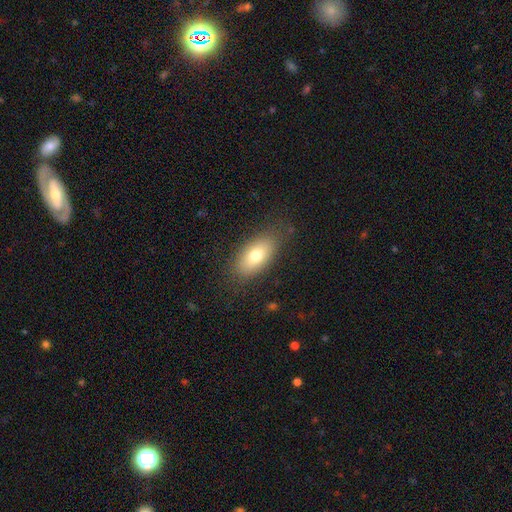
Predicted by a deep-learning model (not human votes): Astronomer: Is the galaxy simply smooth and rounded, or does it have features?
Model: smooth — 77%.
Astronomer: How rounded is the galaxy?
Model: in between — 88%.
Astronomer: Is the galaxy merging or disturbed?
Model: none — 82%.